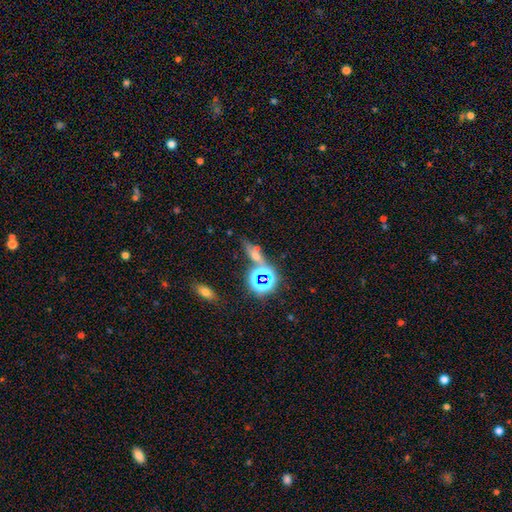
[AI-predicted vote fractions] star or artifact 42%, smooth 41%, featured or disk 18%.